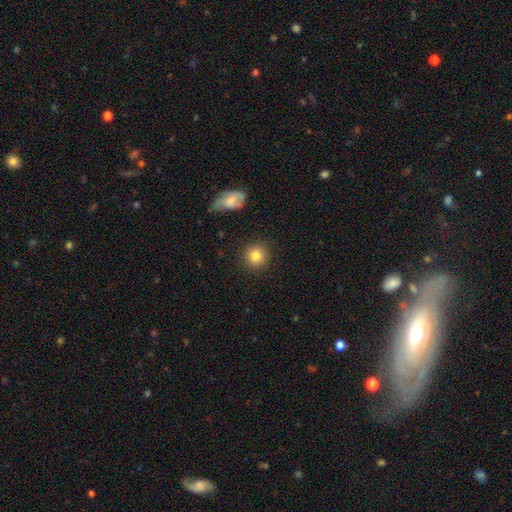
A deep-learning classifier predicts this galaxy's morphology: Overall: smooth (83%). How rounded: round (90%). Merging: none (87%).